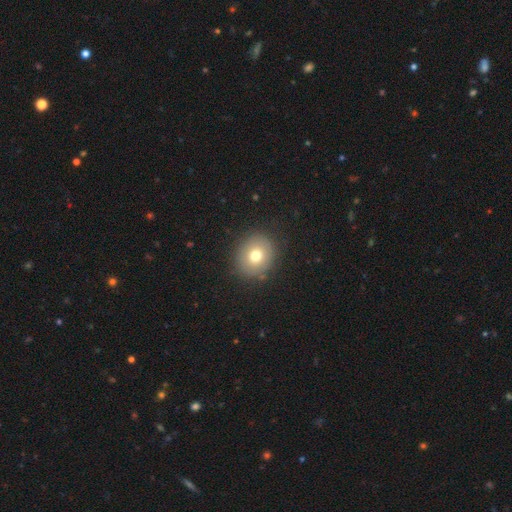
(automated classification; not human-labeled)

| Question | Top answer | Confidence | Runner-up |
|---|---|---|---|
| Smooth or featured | smooth | 71% | featured or disk (17%) |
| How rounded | round | 77% | in between (22%) |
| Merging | none | 86% | minor disturbance (9%) |